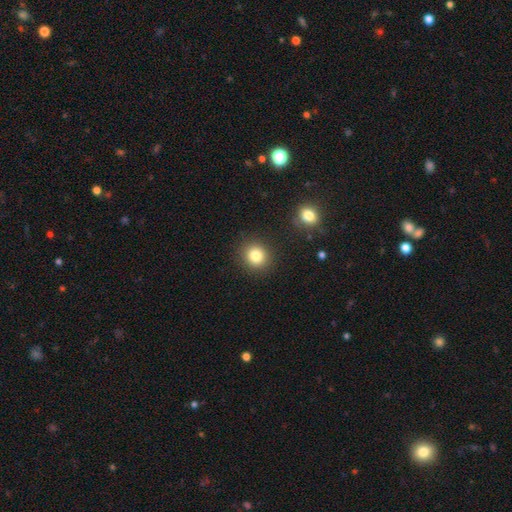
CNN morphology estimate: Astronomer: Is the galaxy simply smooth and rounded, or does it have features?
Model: smooth — 81%.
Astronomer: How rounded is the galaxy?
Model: round — 86%.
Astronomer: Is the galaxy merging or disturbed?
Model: none — 88%.